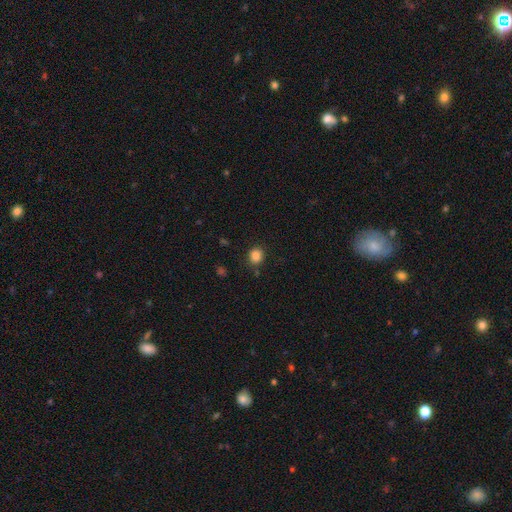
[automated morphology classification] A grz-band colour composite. It shows a smooth galaxy with no disk features (85%) that is round (77%). Merging: none (84%).